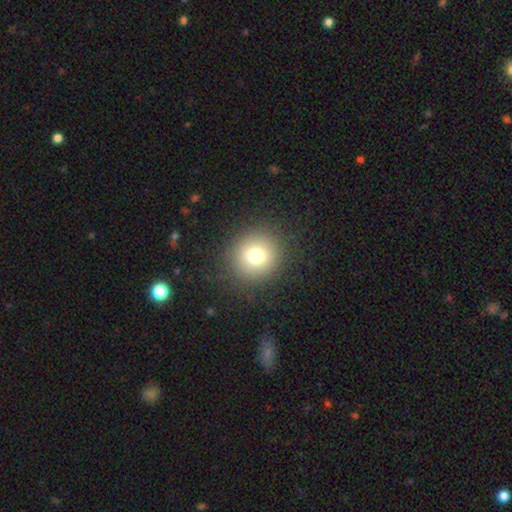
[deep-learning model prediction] smooth_or_featured: smooth (p=0.76) [alt: star or artifact p=0.13]
how_rounded: round (p=0.89) [alt: in between p=0.10]
merging: none (p=0.88) [alt: minor disturbance p=0.07]